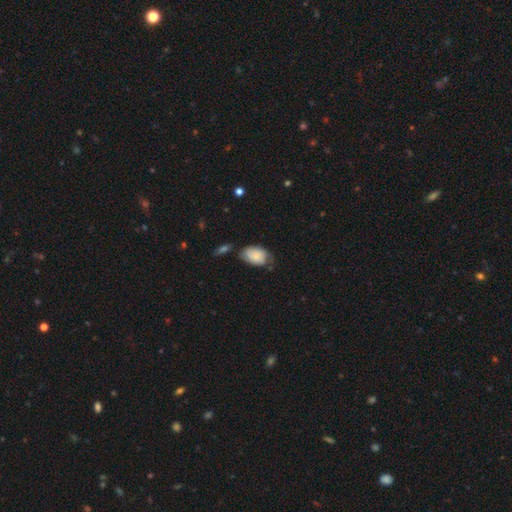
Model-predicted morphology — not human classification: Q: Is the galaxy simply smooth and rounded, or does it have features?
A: smooth — 74%.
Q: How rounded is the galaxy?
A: in between — 89%.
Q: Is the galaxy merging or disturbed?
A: none — 48%.